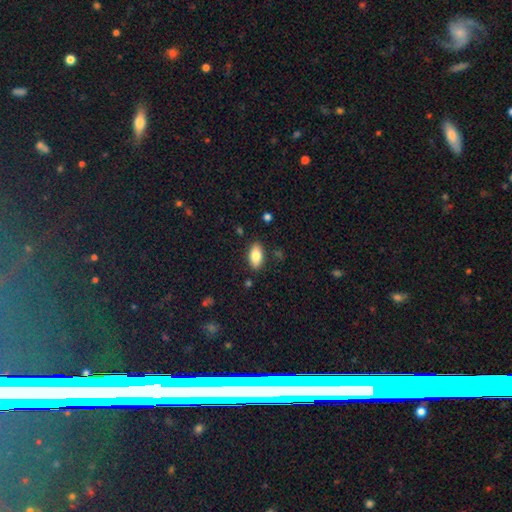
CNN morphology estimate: This is clearly a smooth galaxy (82%). How rounded: clearly in between (92%). Merging: clearly none (86%).